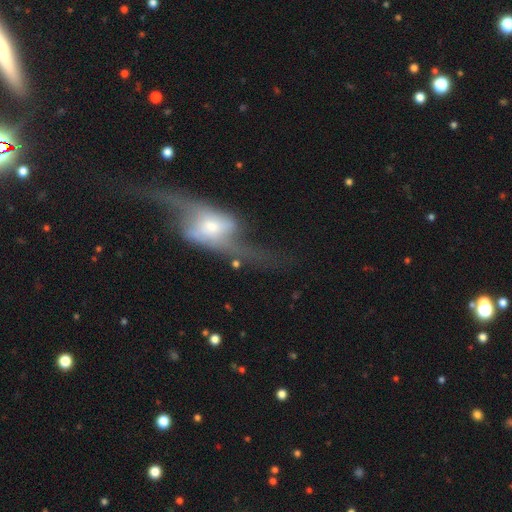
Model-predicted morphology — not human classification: A featured or disk galaxy (85%) with no bar (40%), 2 (92%) loose (84%) spiral arms (92%) and a small central bulge (40%).

Vote fractions:
- Smooth or featured? featured or disk: 85% / smooth: 8% / star or artifact: 7%
- Edge-on disk? no: 83% / yes: 17%
- Bar? no: 40% / weak: 36% / strong: 24%
- Spiral arms? yes: 92% / no: 8%
- Spiral winding? loose: 84% / medium: 12% / tight: 4%
- Spiral arm count? 2: 92% / can't tell: 3% / 1: 2% / 3: 1% / 4: 1% / more than 4: 1%
- Bulge size? small: 40% / moderate: 39% / large: 13% / dominant: 4% / none: 4%
- Merging? none: 59% / major disturbance: 21% / minor disturbance: 16% / merger: 4%